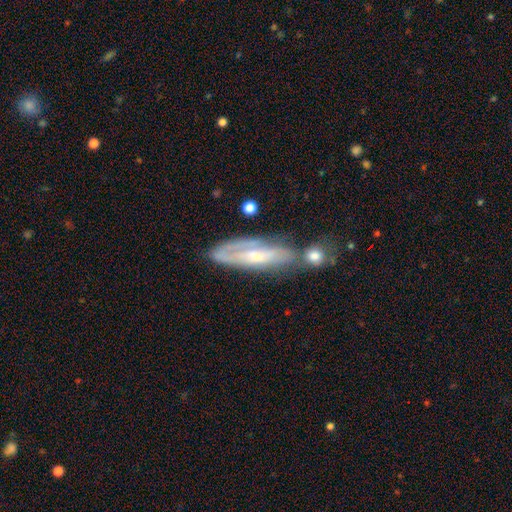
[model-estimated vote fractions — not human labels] Overall: featured or disk (70%). Edge-on disk: no (70%; yes 30%). Merging: none (51%; merger 22%).